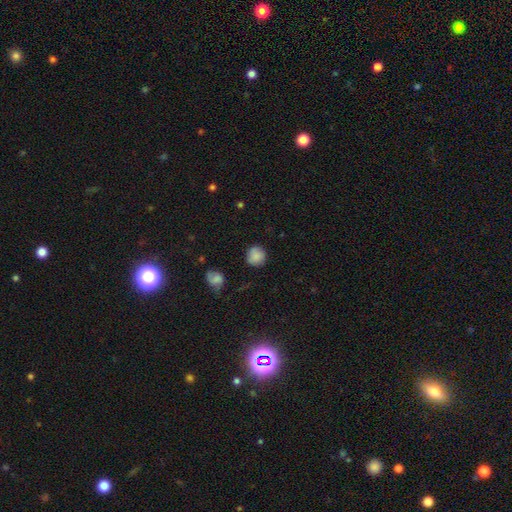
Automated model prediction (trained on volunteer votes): This appears to be a smooth galaxy with no disk features (84%) that is round (89%). Merging: none (82%).